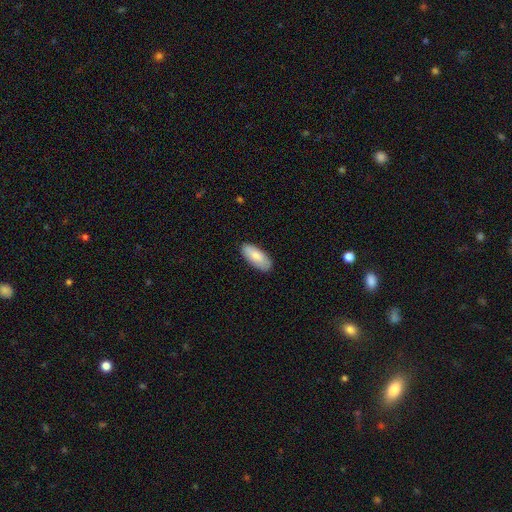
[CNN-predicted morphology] Q: Smooth or featured?
A: smooth (82%); runner-up: featured or disk (13%)
Q: How rounded?
A: in between (86%); runner-up: cigar-shaped (12%)
Q: Merging?
A: none (86%); runner-up: minor disturbance (11%)